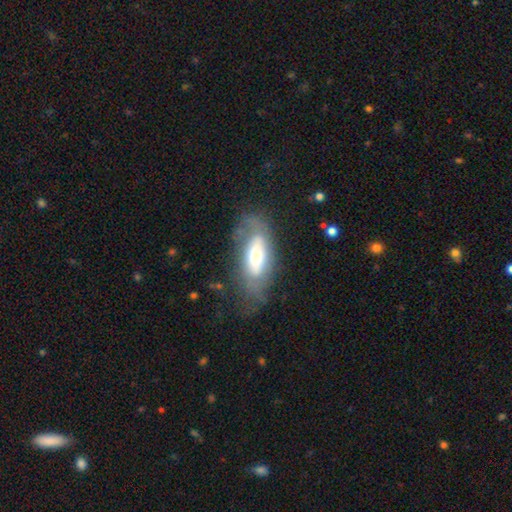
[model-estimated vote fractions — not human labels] smooth_or_featured: featured or disk (p=0.50) [alt: smooth p=0.43]
merging: none (p=0.57) [alt: minor disturbance p=0.24]